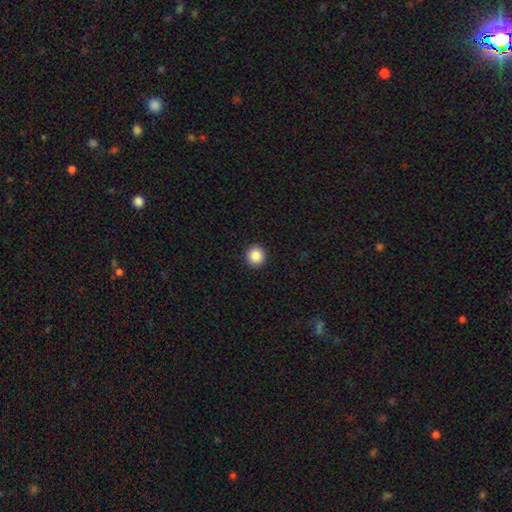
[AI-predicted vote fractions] smooth-or-featured: smooth: 88% | star or artifact: 9% | featured or disk: 3%
  how-rounded: round: 93% | in between: 6% | cigar-shaped: 1%
  merging: none: 93% | minor disturbance: 4% | major disturbance: 2% | merger: 1%